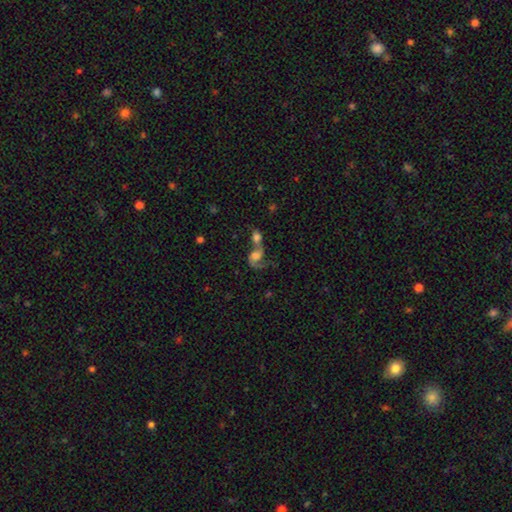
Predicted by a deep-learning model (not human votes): This is possibly a featured or disk galaxy (59%). It is clearly not viewed edge-on (97%). Bar: likely no (66%). Spiral arm pattern: clearly yes (84%). Central bulge: marginally moderate (33%). Merging: likely merger (73%).